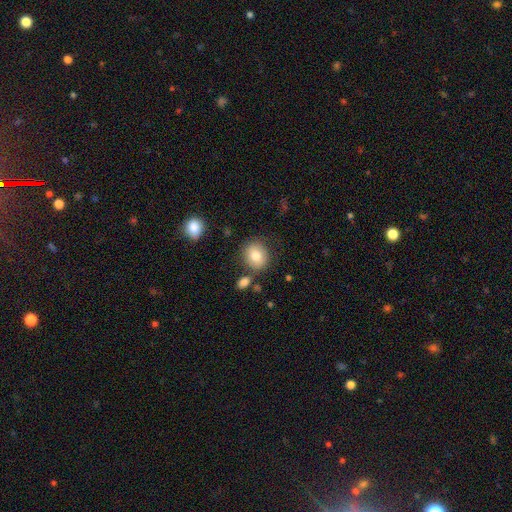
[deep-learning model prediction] smooth 80%, featured or disk 11%, star or artifact 9%. Down the decision tree: how rounded — round (73%); merging — none (77%).